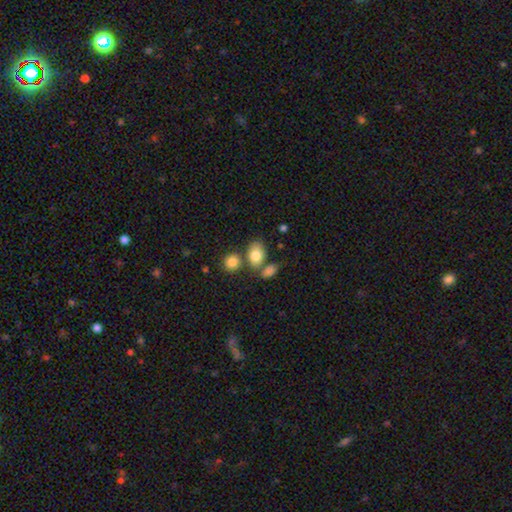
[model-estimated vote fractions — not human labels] A smooth galaxy with no disk features (81%) that is in between round and cigar-shaped (76%). Merging: none (55%).